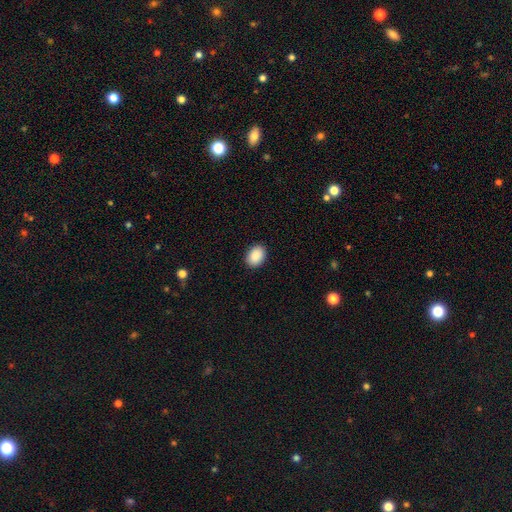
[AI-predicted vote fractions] The model was most divided on "how rounded": in between: 73%, round: 26%, cigar-shaped: 1%. More confident: smooth or featured — smooth (90%); merging — none (90%).